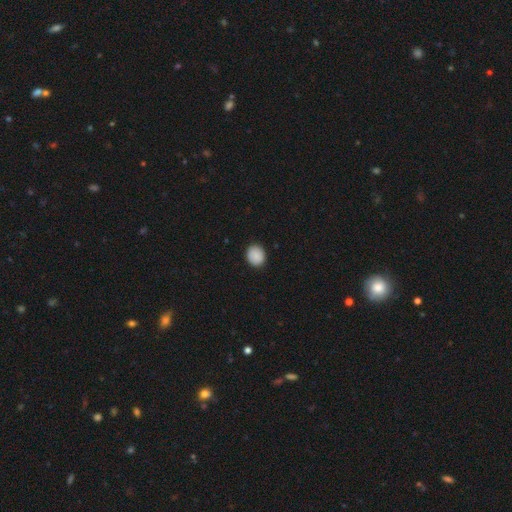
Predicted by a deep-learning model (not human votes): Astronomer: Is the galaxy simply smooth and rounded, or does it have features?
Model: smooth — 89%.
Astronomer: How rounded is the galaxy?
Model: round — 77%.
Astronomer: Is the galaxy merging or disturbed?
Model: none — 89%.